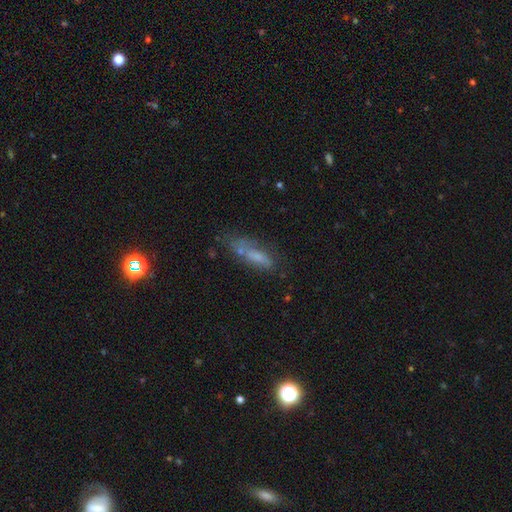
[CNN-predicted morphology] smooth 59%, featured or disk 29%, star or artifact 13%. Down the decision tree: how rounded — cigar-shaped (53%); merging — none (47%).